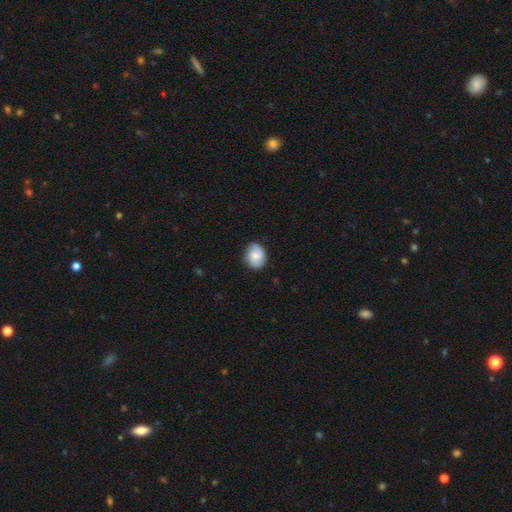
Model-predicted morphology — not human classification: type=smooth (68%); roundness=round (56%); merging=none (79%).